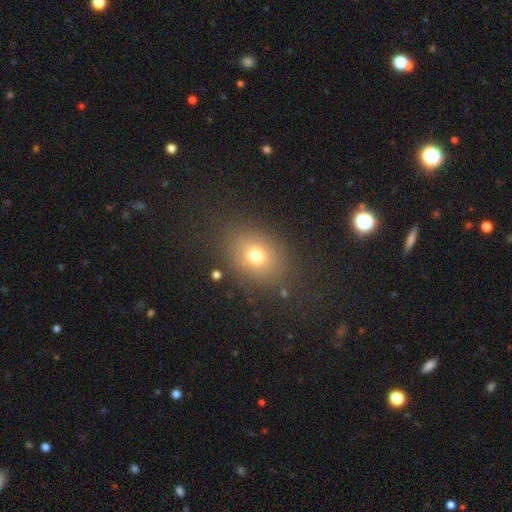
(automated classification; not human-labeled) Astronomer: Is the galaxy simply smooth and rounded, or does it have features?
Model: smooth — 73%.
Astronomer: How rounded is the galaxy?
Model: in between — 60% (runner-up: round, 39%).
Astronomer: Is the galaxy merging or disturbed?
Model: none — 81%.